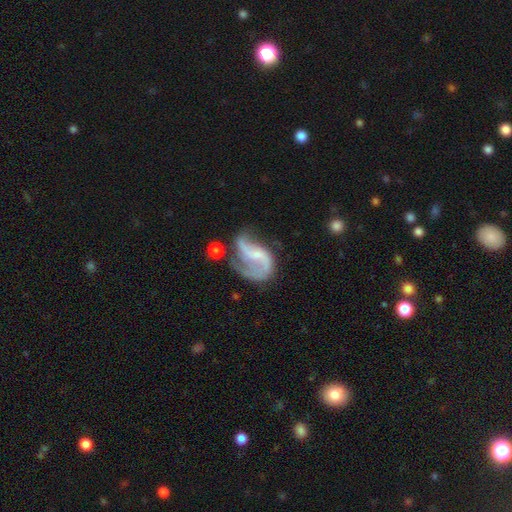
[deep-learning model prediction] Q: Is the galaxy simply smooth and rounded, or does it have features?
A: featured or disk — 82%.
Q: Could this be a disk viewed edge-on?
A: no — 98%.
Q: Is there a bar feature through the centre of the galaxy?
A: no — 47%.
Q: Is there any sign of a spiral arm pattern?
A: yes — 92%.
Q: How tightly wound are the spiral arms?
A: loose — 57%.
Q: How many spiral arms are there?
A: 2 — 70%.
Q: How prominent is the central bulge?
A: small — 66%.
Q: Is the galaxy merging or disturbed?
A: none — 39%.